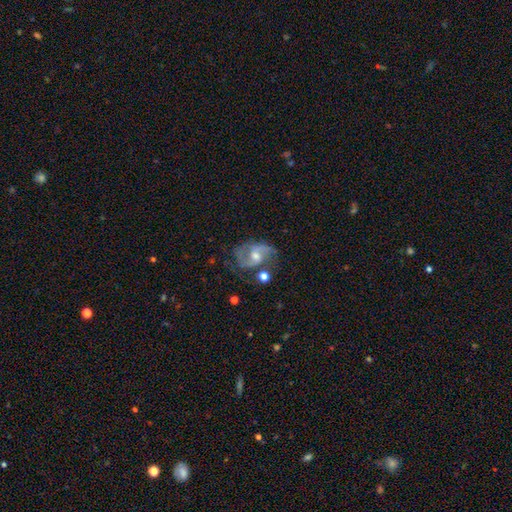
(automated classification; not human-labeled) A featured or disk galaxy (81%) with a weak bar (49%), 2 (84%) medium (49%) spiral arms (93%) and a moderate central bulge (59%). Merging: none (59%).